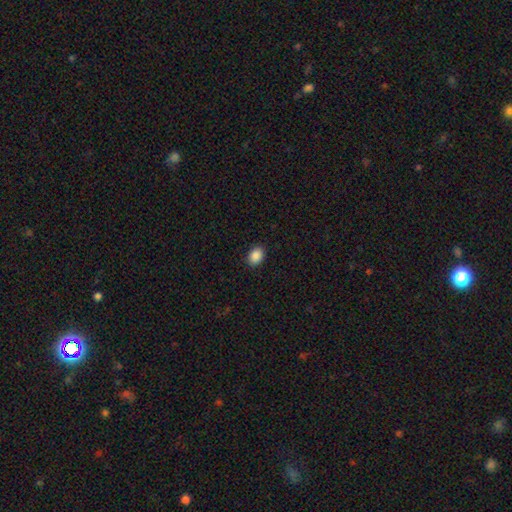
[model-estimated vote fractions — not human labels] smooth 89%, star or artifact 8%, featured or disk 3%. Down the decision tree: how rounded — in between (70%); merging — none (90%).